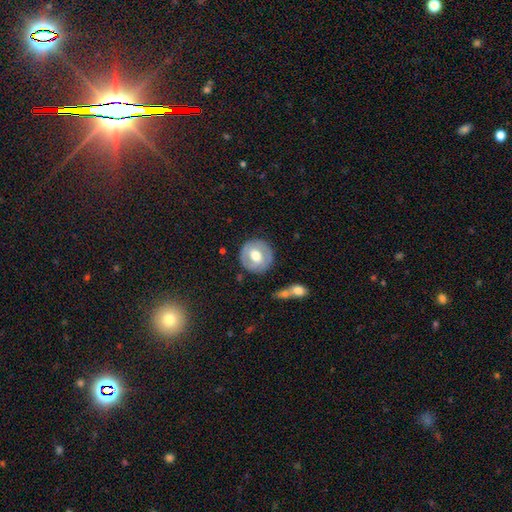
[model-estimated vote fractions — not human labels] The model was most divided on "smooth or featured": smooth: 50%, featured or disk: 44%, star or artifact: 6%. More confident: how rounded — round (91%); merging — none (83%).